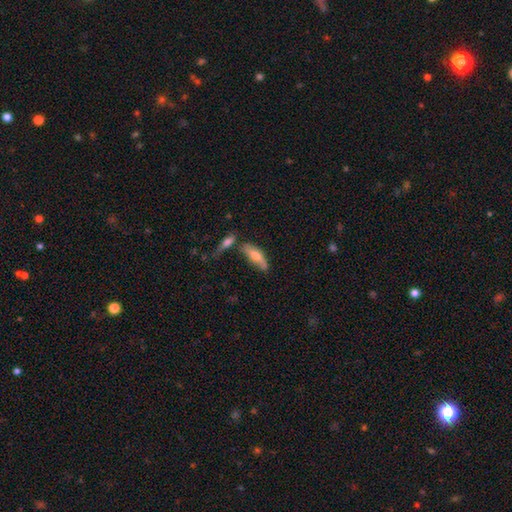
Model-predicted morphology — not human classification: A smooth galaxy with no disk features (53%) that is in between round and cigar-shaped (50%). Merging: none (55%).